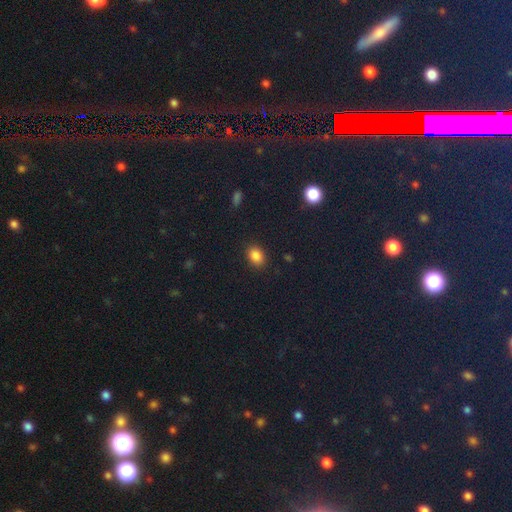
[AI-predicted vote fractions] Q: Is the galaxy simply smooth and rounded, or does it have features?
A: smooth — 86%.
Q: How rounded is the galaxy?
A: in between — 67%.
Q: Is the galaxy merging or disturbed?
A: none — 88%.